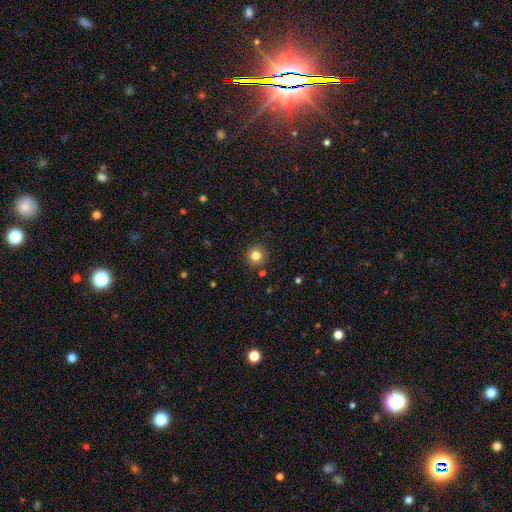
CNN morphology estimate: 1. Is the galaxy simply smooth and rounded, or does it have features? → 82% smooth, 12% star or artifact, 6% featured or disk.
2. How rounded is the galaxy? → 95% round, 5% in between, 1% cigar-shaped.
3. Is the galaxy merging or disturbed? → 89% none, 6% minor disturbance, 2% merger, 2% major disturbance.